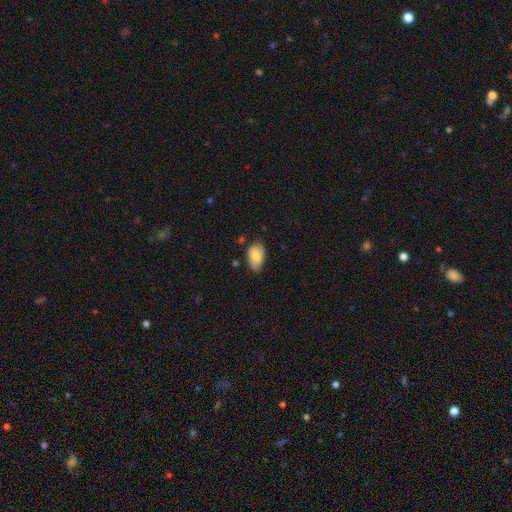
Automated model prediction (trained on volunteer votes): A smooth galaxy with no disk features (79%) that is in between round and cigar-shaped (92%).

Vote fractions:
- Smooth or featured? smooth: 79% / featured or disk: 14% / star or artifact: 7%
- How rounded? in between: 92% / round: 7% / cigar-shaped: 1%
- Merging? none: 60% / minor disturbance: 33% / major disturbance: 5% / merger: 3%